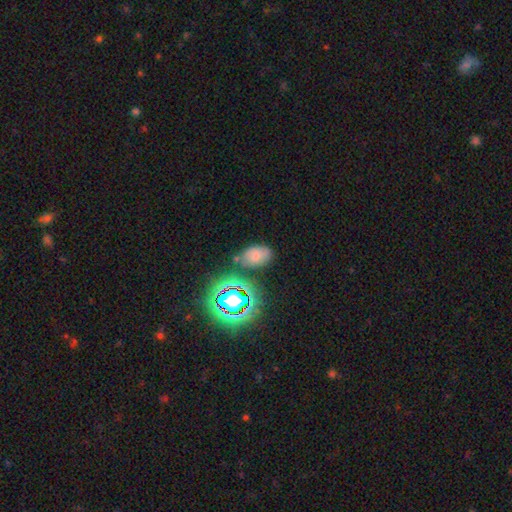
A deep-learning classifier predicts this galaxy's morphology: This appears to be a smooth galaxy with no disk features (63%) that is in between round and cigar-shaped (86%). Merging: none (68%).